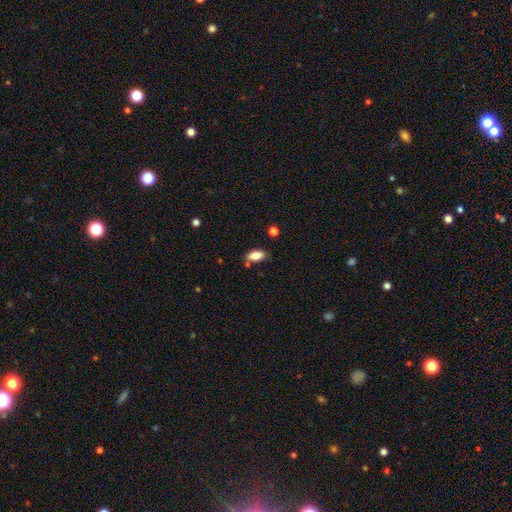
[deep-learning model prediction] Q: Smooth or featured?
A: smooth (84%); runner-up: featured or disk (8%)
Q: How rounded?
A: in between (90%); runner-up: cigar-shaped (7%)
Q: Merging?
A: none (71%); runner-up: minor disturbance (18%)